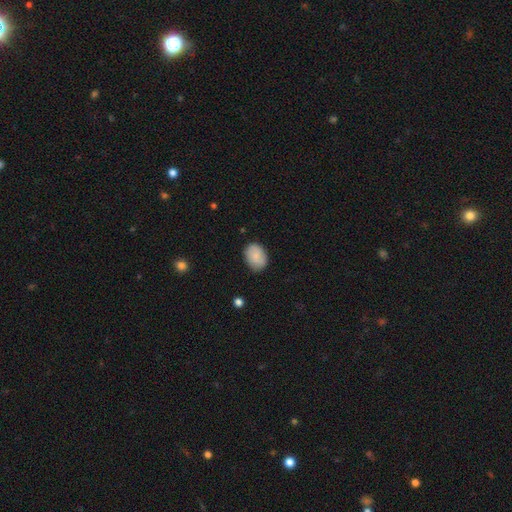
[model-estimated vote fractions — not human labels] The model was most divided on "how rounded": in between: 73%, round: 26%, cigar-shaped: 1%. More confident: smooth or featured — smooth (82%); merging — none (82%).